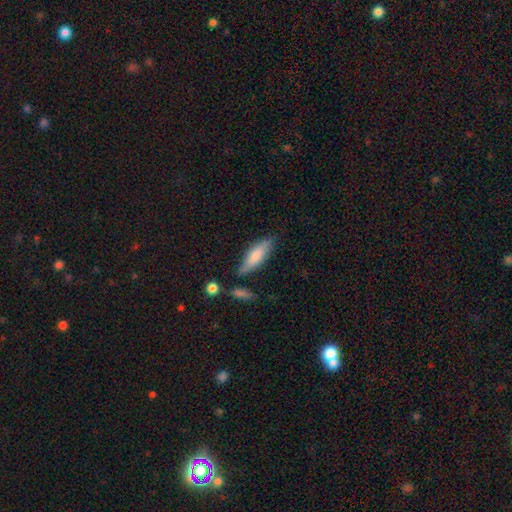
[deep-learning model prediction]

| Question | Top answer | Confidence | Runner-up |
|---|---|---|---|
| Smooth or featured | smooth | 76% | featured or disk (19%) |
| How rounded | cigar-shaped | 51% | in between (47%) |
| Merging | none | 70% | minor disturbance (19%) |